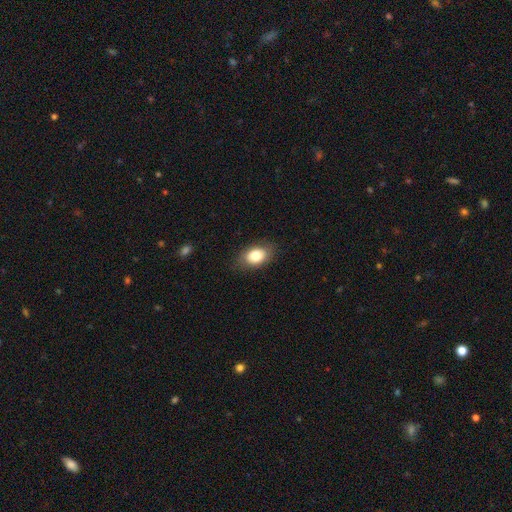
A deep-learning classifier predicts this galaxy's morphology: The model was most divided on "smooth or featured": smooth: 80%, featured or disk: 12%, star or artifact: 8%. More confident: how rounded — in between (83%); merging — none (81%).